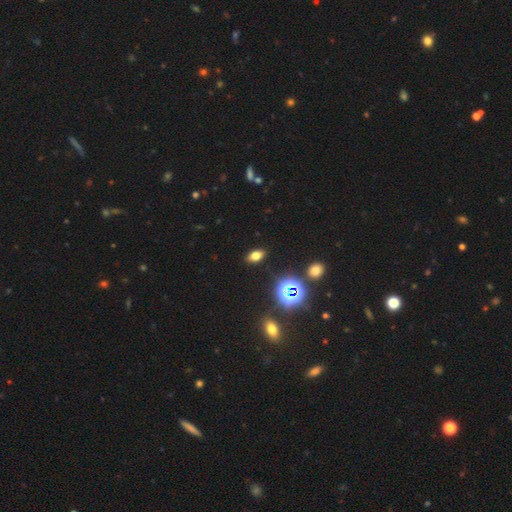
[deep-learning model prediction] Smooth or featured: smooth — 67% (star or artifact — 23%)
How rounded: in between — 84% (round — 12%)
Merging: none — 89% (minor disturbance — 8%)